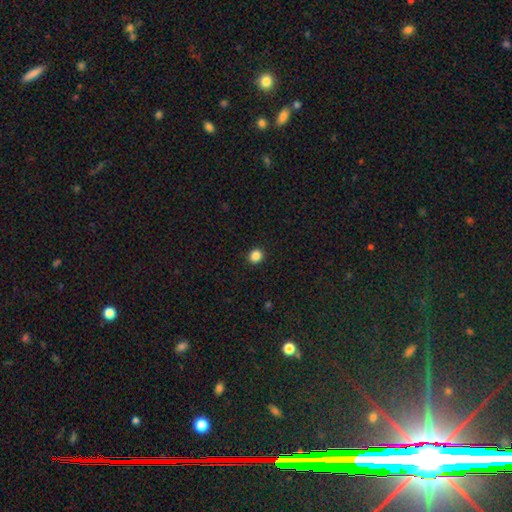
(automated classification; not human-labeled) Smooth or featured? smooth (86%)
How rounded? round (83%)
Merging? none (93%)